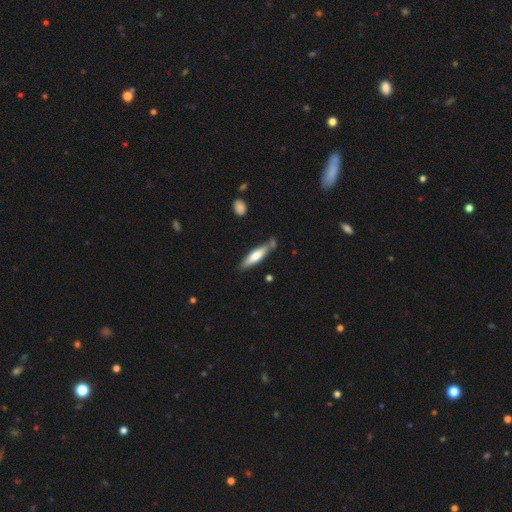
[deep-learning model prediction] Q: Smooth or featured?
A: smooth (64%); runner-up: featured or disk (31%)
Q: How rounded?
A: cigar-shaped (75%); runner-up: in between (23%)
Q: Merging?
A: none (69%); runner-up: minor disturbance (18%)